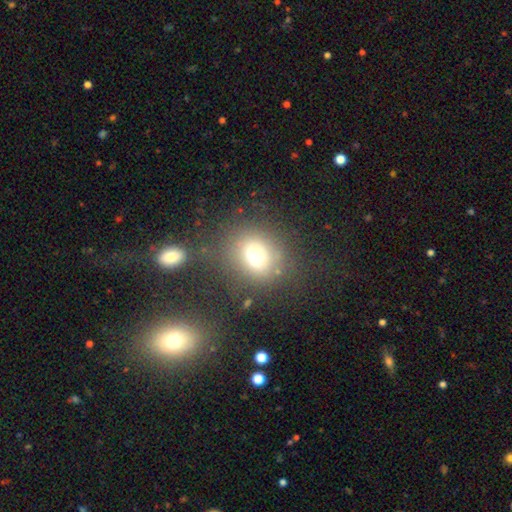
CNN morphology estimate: Smooth or featured?
  - smooth: 70% *
  - star or artifact: 16%
  - featured or disk: 13%
How rounded?
  - round: 69% *
  - in between: 29%
  - cigar-shaped: 1%
Merging?
  - none: 72% *
  - minor disturbance: 13%
  - major disturbance: 8%
  - merger: 7%